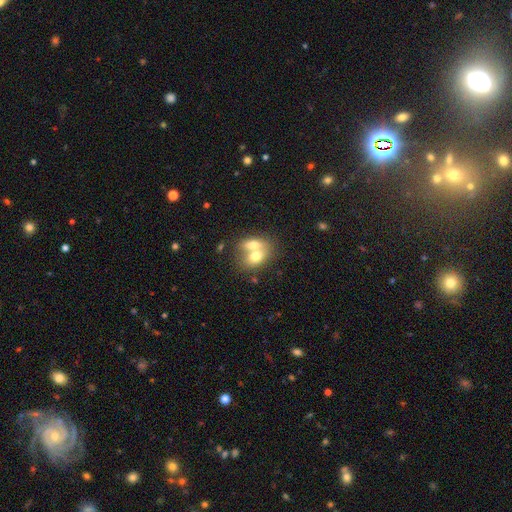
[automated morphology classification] A smooth galaxy with no disk features (69%) that is in between round and cigar-shaped (74%). Merging: merger (71%).